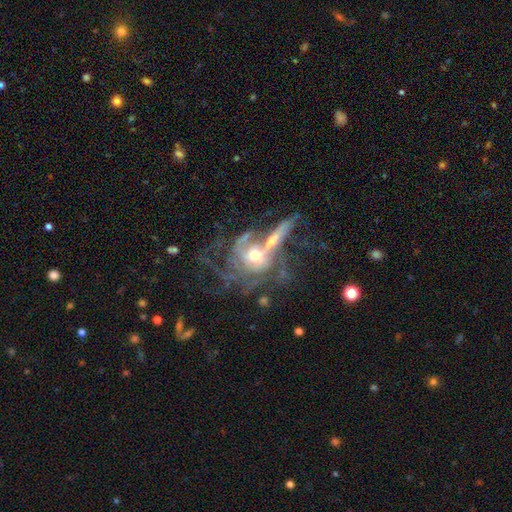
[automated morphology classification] Smooth or featured: featured or disk — 77% (smooth — 13%)
Edge-on disk: no — 92% (yes — 8%)
Bar: no — 71% (weak — 21%)
Spiral arms: yes — 78% (no — 22%)
Spiral winding: tight — 40% (medium — 36%)
Spiral arm count: can't tell — 46% (2 — 17%)
Bulge size: moderate — 56% (small — 32%)
Merging: merger — 41% (none — 25%)